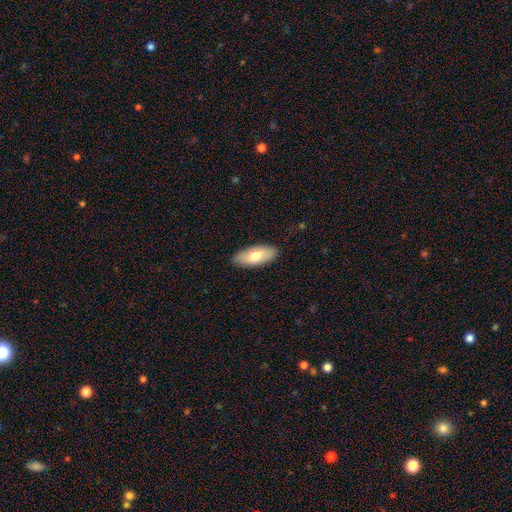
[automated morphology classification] Smooth or featured? smooth (71%)
How rounded? in between (87%)
Merging? none (88%)